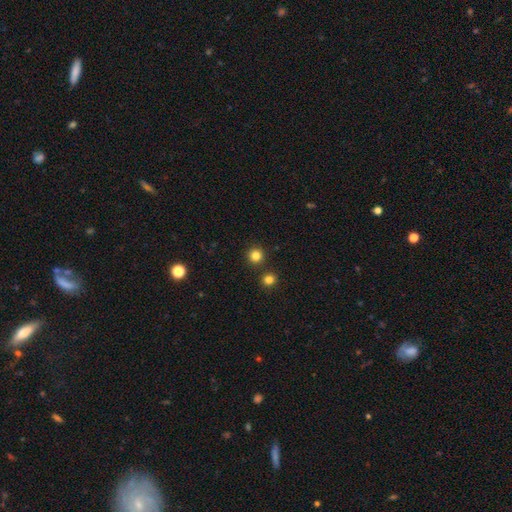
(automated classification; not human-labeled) This is clearly a smooth galaxy (83%). How rounded: clearly round (94%). Merging: clearly none (87%).